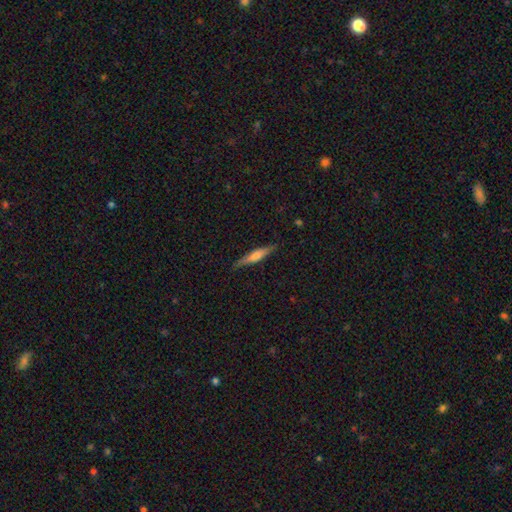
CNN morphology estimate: smooth_or_featured: featured or disk (p=0.49) [alt: smooth p=0.45]
merging: none (p=0.86) [alt: minor disturbance p=0.11]